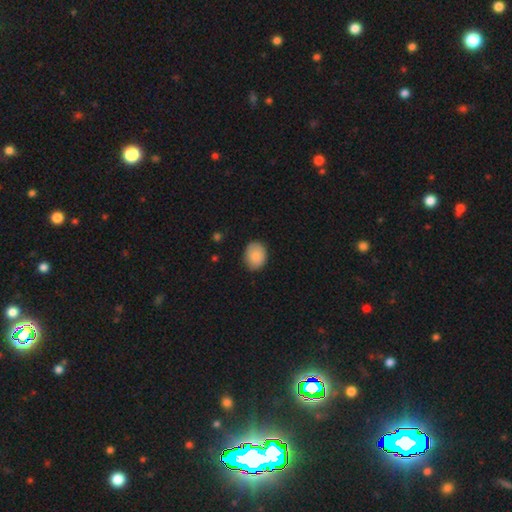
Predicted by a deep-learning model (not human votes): The model was most divided on "how rounded": in between: 50%, round: 49%, cigar-shaped: 1%. More confident: smooth or featured — smooth (86%); merging — none (80%).